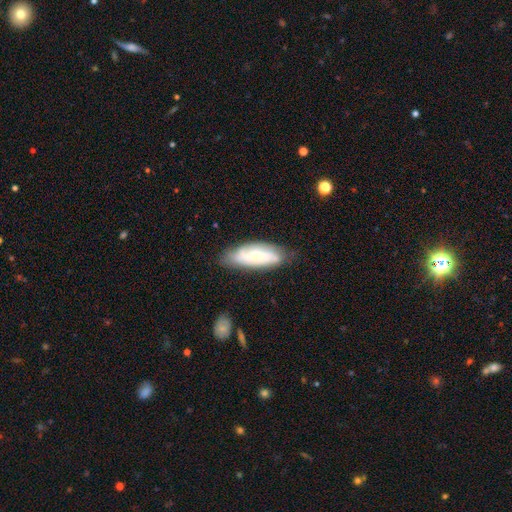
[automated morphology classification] smooth-or-featured: featured or disk: 48% | smooth: 45% | star or artifact: 7%
  merging: none: 72% | minor disturbance: 21% | major disturbance: 5% | merger: 2%